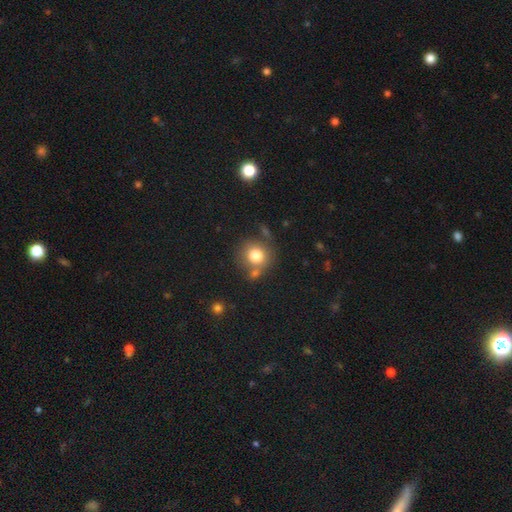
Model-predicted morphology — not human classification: smooth-or-featured: smooth: 78% | star or artifact: 11% | featured or disk: 10%
  how-rounded: round: 87% | in between: 12% | cigar-shaped: 1%
  merging: none: 68% | merger: 15% | minor disturbance: 12% | major disturbance: 4%